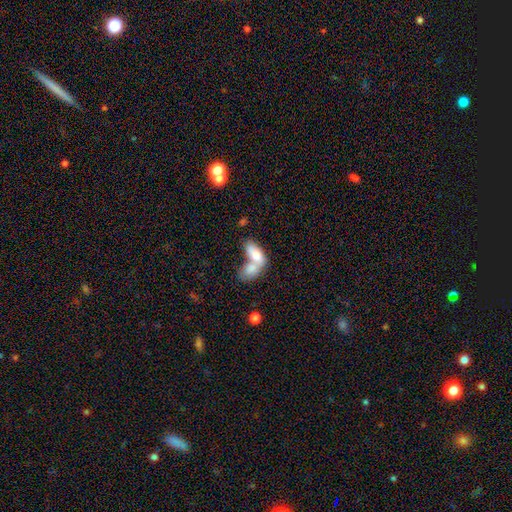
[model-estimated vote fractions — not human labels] smooth-or-featured: smooth: 74% | featured or disk: 20% | star or artifact: 6%
  how-rounded: in between: 87% | cigar-shaped: 8% | round: 5%
  merging: merger: 76% | none: 13% | minor disturbance: 6% | major disturbance: 5%